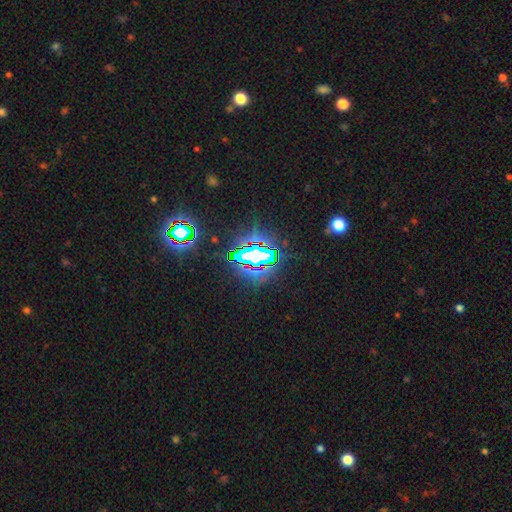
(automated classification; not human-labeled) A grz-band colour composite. It shows a star or artifact, not a galaxy (74%).